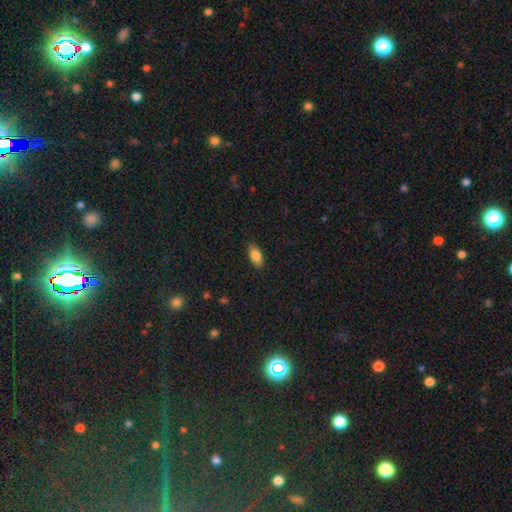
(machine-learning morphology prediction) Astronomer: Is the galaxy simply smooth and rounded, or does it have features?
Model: smooth — 83%.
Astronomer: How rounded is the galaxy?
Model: in between — 87%.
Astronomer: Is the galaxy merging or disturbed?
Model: none — 87%.